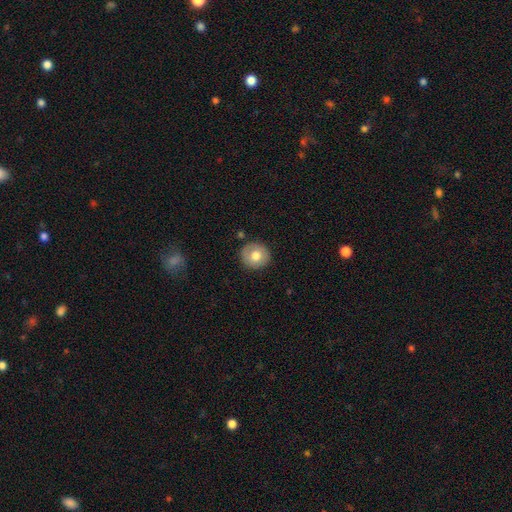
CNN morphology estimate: Smooth or featured?
  - smooth: 73% *
  - featured or disk: 19%
  - star or artifact: 8%
How rounded?
  - round: 91% *
  - in between: 8%
  - cigar-shaped: 1%
Merging?
  - none: 86% *
  - minor disturbance: 10%
  - major disturbance: 2%
  - merger: 2%